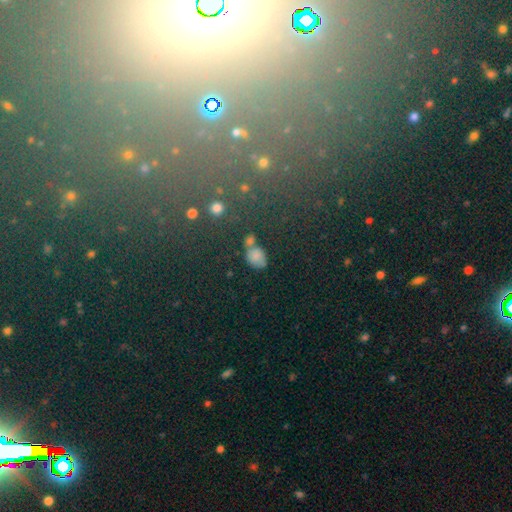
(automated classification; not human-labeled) Smooth or featured?
  - smooth: 73% *
  - star or artifact: 15%
  - featured or disk: 12%
How rounded?
  - in between: 63% *
  - round: 35%
  - cigar-shaped: 2%
Merging?
  - none: 52% *
  - minor disturbance: 22%
  - merger: 18%
  - major disturbance: 8%